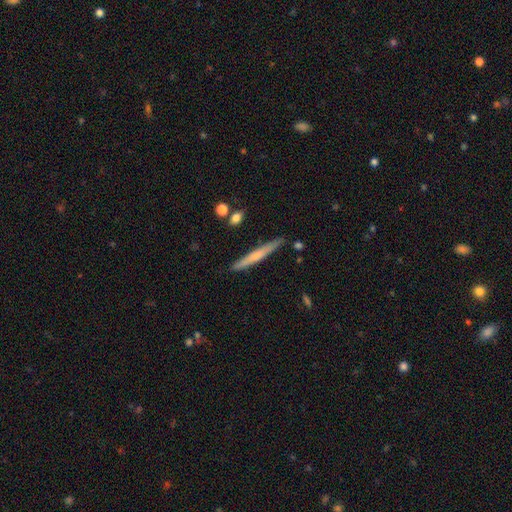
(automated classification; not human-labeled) Overall: smooth (52%; featured or disk 42%). How rounded: cigar-shaped (96%). Merging: none (87%).